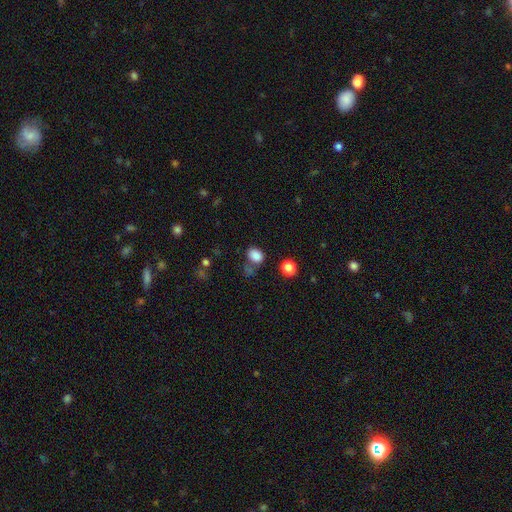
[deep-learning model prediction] This is clearly a smooth galaxy (83%). How rounded: likely in between (67%). Merging: likely none (61%).